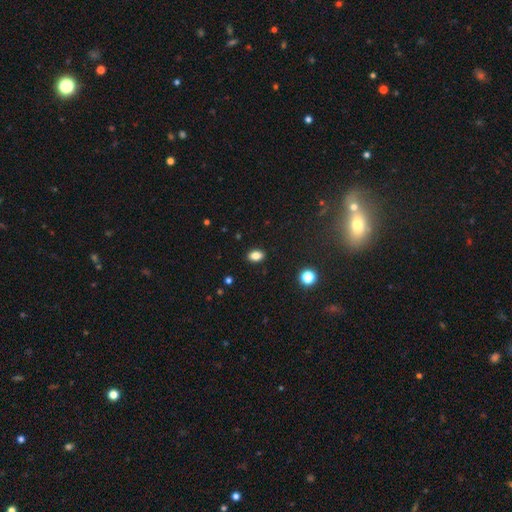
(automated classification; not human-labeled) A smooth galaxy with no disk features (84%) that is in between round and cigar-shaped (83%).

Vote fractions:
- Smooth or featured? smooth: 84% / star or artifact: 11% / featured or disk: 5%
- How rounded? in between: 83% / round: 16% / cigar-shaped: 2%
- Merging? none: 89% / minor disturbance: 8% / major disturbance: 2% / merger: 1%